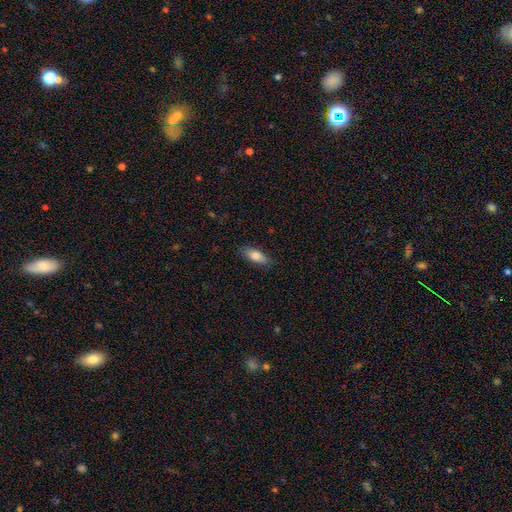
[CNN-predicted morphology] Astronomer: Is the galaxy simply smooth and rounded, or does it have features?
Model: smooth — 81%.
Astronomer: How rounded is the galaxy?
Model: in between — 79%.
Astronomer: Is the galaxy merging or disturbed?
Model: none — 83%.